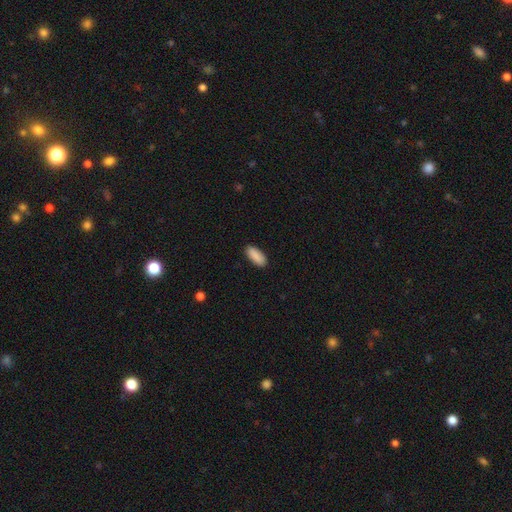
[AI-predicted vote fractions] This appears to be a smooth galaxy with no disk features (90%) that is in between round and cigar-shaped (79%). Merging: none (89%).